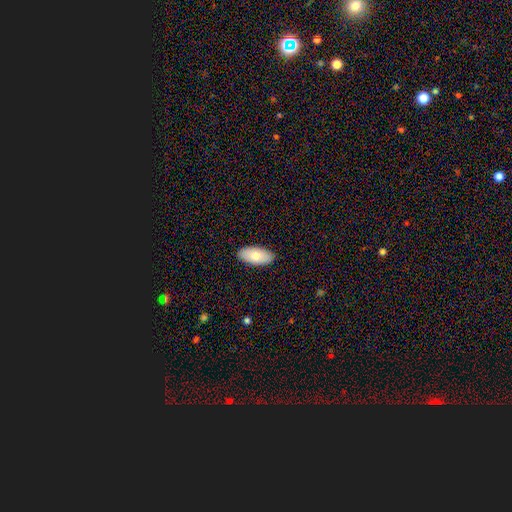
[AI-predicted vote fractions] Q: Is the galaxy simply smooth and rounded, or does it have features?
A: smooth — 77%.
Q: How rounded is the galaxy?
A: in between — 94%.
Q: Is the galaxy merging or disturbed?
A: none — 89%.